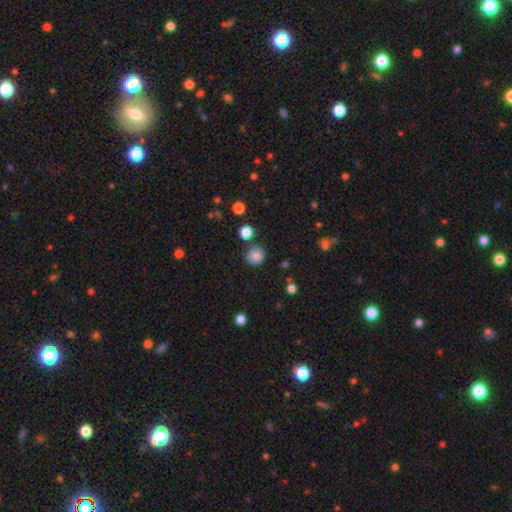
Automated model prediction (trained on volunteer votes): Smooth or featured? smooth (81%)
How rounded? round (86%)
Merging? none (73%)